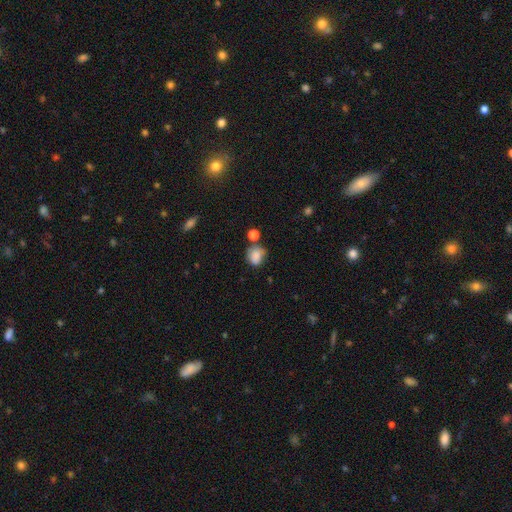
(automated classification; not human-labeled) Smooth or featured? Predicted: smooth (p=0.81). How rounded? Predicted: round (p=0.56). Merging? Predicted: none (p=0.50).